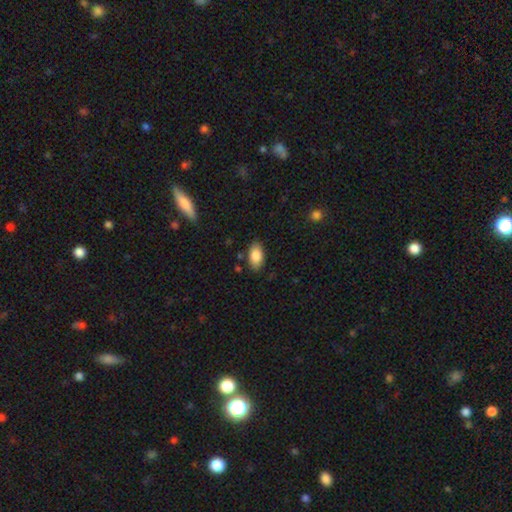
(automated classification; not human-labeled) smooth-or-featured: smooth: 86% | featured or disk: 7% | star or artifact: 7%
  how-rounded: in between: 94% | round: 4% | cigar-shaped: 2%
  merging: none: 84% | minor disturbance: 11% | major disturbance: 3% | merger: 2%